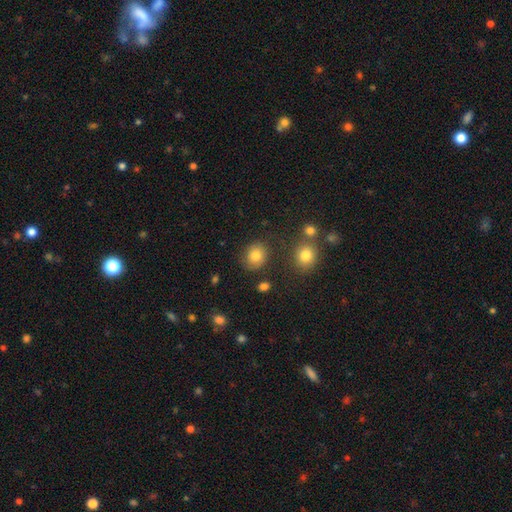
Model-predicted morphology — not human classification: This is clearly a smooth galaxy (81%). How rounded: likely round (70%). Merging: clearly none (83%).